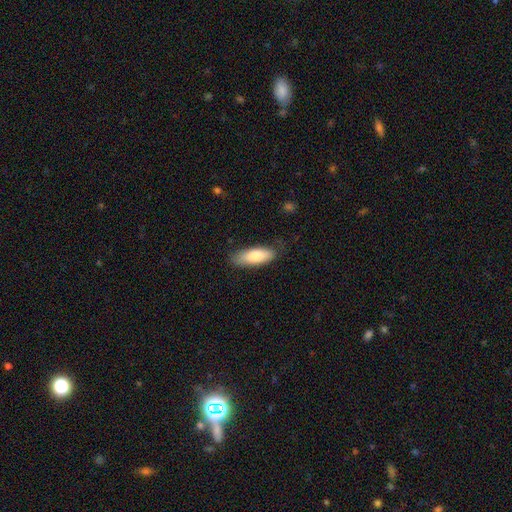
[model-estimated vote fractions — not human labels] Smooth or featured? smooth (82%)
How rounded? in between (63%)
Merging? none (78%)